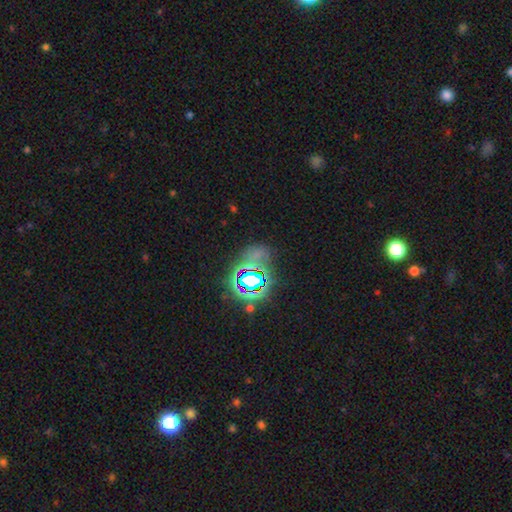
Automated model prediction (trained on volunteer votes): Morphology: type=star or artifact (64%).